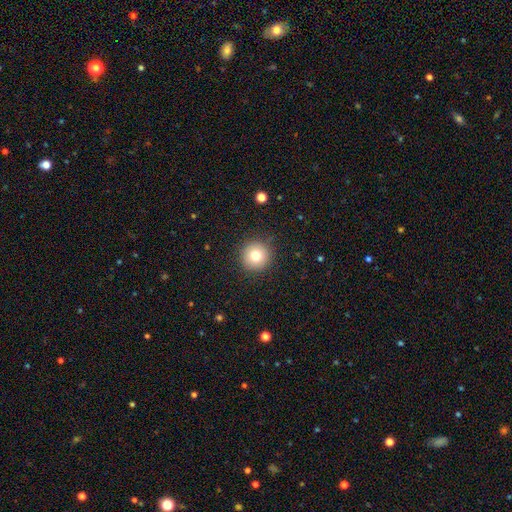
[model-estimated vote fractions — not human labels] A smooth galaxy with no disk features (78%) that is round (95%).

Vote fractions:
- Smooth or featured? smooth: 78% / star or artifact: 12% / featured or disk: 11%
- How rounded? round: 95% / in between: 4% / cigar-shaped: 1%
- Merging? none: 89% / minor disturbance: 7% / major disturbance: 2% / merger: 1%